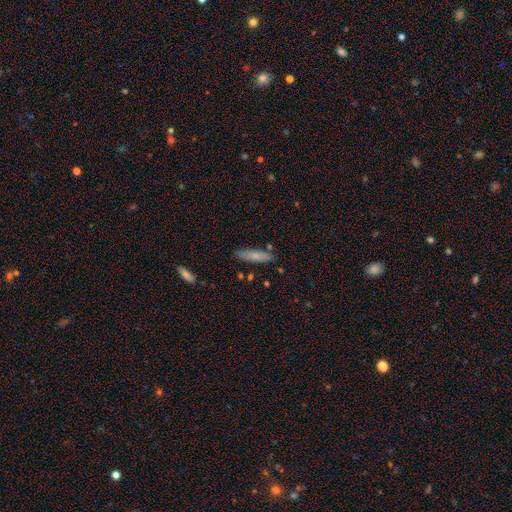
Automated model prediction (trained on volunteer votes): Smooth or featured?
  - smooth: 71% *
  - featured or disk: 23%
  - star or artifact: 7%
How rounded?
  - cigar-shaped: 69% *
  - in between: 29%
  - round: 2%
Merging?
  - none: 81% *
  - minor disturbance: 13%
  - merger: 4%
  - major disturbance: 2%